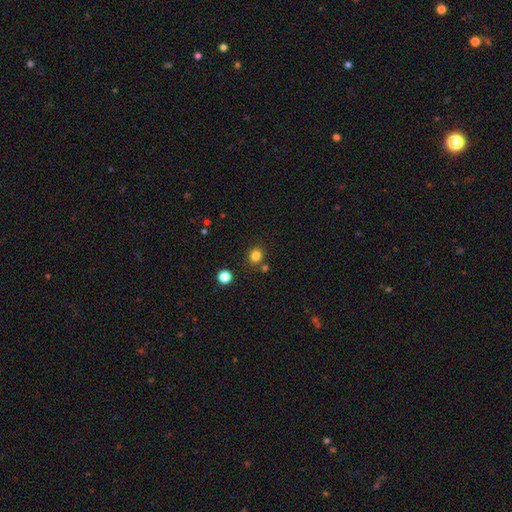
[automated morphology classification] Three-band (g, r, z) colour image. It shows a smooth galaxy with no disk features (82%) that is round (77%). Merging: none (81%).